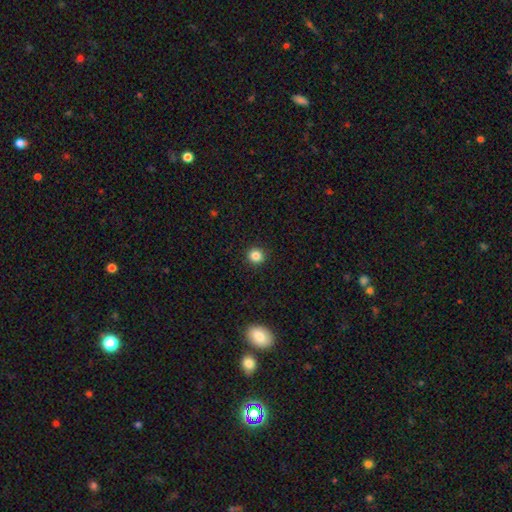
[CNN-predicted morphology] Smooth or featured? smooth (84%)
How rounded? round (92%)
Merging? none (92%)